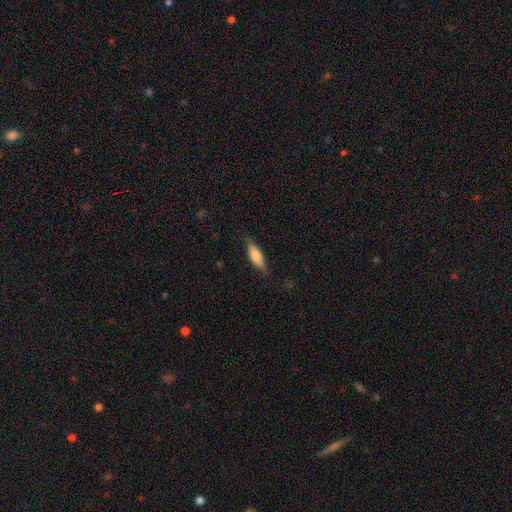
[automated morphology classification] A smooth galaxy with no disk features (78%) that is in between round and cigar-shaped (54%).

Vote fractions:
- Smooth or featured? smooth: 78% / featured or disk: 17% / star or artifact: 6%
- How rounded? in between: 54% / cigar-shaped: 44% / round: 2%
- Merging? none: 80% / minor disturbance: 16% / major disturbance: 3% / merger: 1%